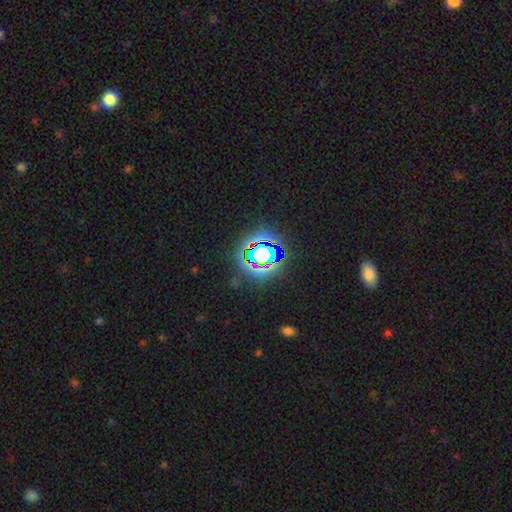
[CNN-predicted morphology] Q: Smooth or featured?
A: star or artifact (76%); runner-up: smooth (14%)